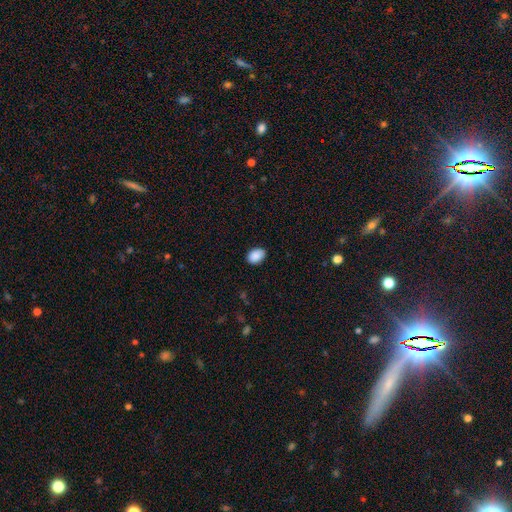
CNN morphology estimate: This appears to be a smooth galaxy with no disk features (90%) that is in between round and cigar-shaped (81%). Merging: none (88%).